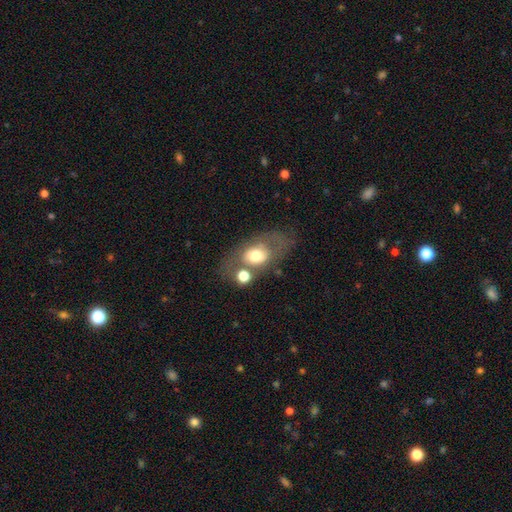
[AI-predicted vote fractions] Smooth or featured: smooth — 56% (featured or disk — 35%)
How rounded: in between — 72% (round — 26%)
Merging: none — 49% (merger — 22%)